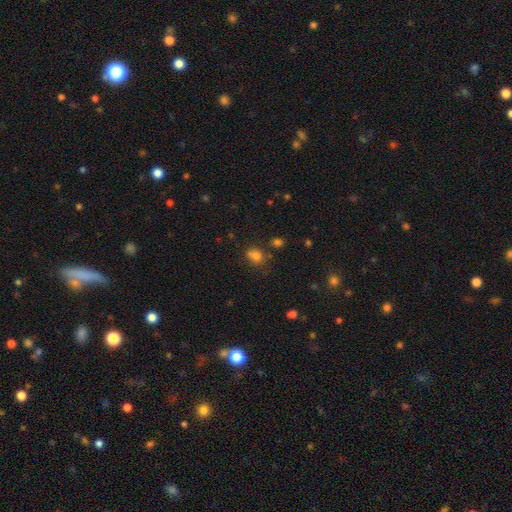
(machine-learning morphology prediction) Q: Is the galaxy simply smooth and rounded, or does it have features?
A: smooth — 77%.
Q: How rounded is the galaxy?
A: in between — 58%.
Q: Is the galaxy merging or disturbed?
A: none — 61%.